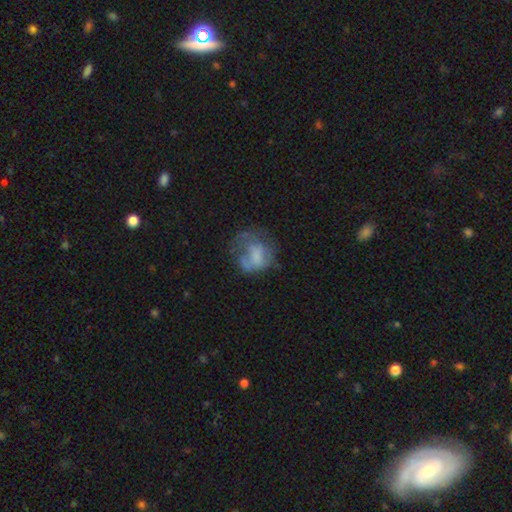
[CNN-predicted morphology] Smooth or featured: smooth — 50% (featured or disk — 39%)
How rounded: round — 61% (in between — 38%)
Merging: major disturbance — 40% (none — 34%)